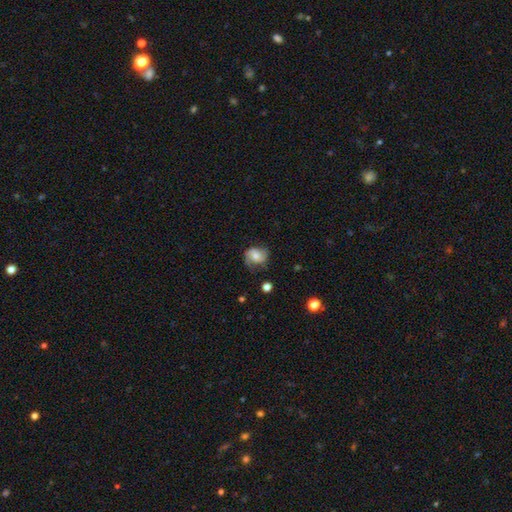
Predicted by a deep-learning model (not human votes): The model was most divided on "smooth or featured": featured or disk: 47%, smooth: 44%, star or artifact: 9%. More confident: merging — none (59%).